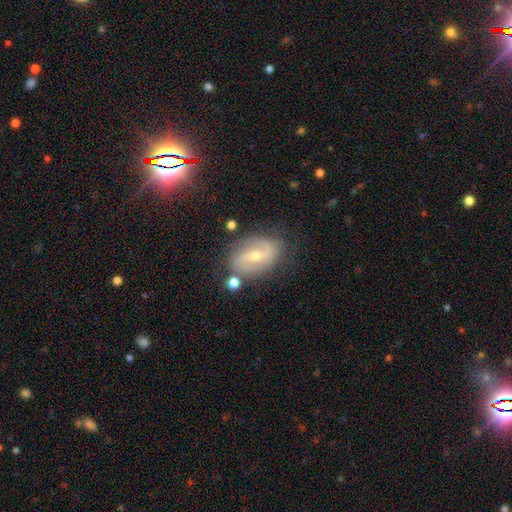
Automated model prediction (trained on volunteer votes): A featured or disk galaxy (76%) with a weak bar (45%), 2 (84%) medium (43%) spiral arms (88%) and a small central bulge (51%).

Vote fractions:
- Smooth or featured? featured or disk: 76% / smooth: 16% / star or artifact: 8%
- Edge-on disk? no: 95% / yes: 5%
- Bar? weak: 45% / no: 29% / strong: 26%
- Spiral arms? yes: 88% / no: 12%
- Spiral winding? medium: 43% / loose: 35% / tight: 23%
- Spiral arm count? 2: 84% / can't tell: 9% / 1: 2% / 3: 2% / 4: 1% / more than 4: 1%
- Bulge size? small: 51% / moderate: 46% / large: 1% / none: 1% / dominant: 1%
- Merging? none: 74% / minor disturbance: 17% / major disturbance: 5% / merger: 4%